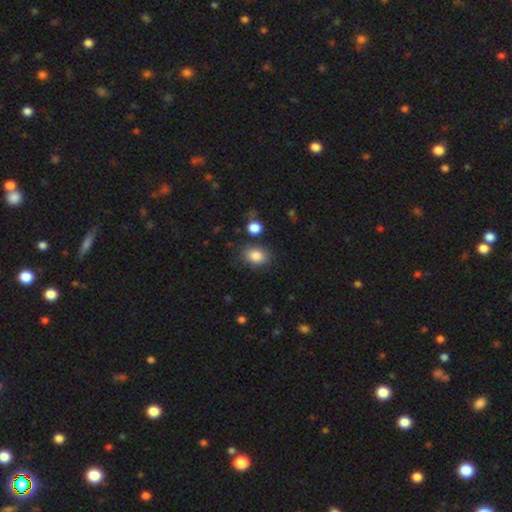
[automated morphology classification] The model was most divided on "how rounded": in between: 72%, round: 27%, cigar-shaped: 1%. More confident: smooth or featured — smooth (86%); merging — none (79%).